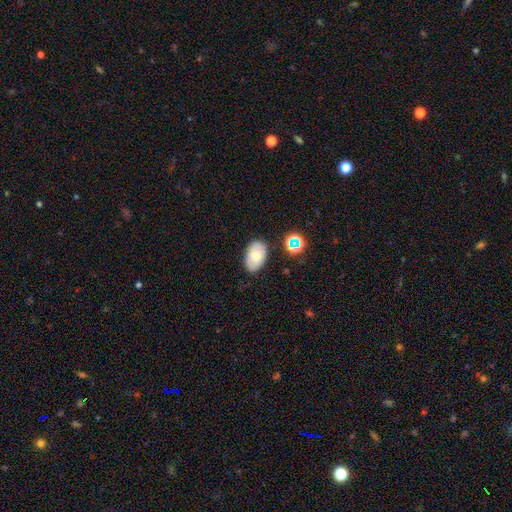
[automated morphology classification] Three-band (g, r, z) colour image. It shows a smooth galaxy with no disk features (75%) that is in between round and cigar-shaped (91%). Merging: none (80%).